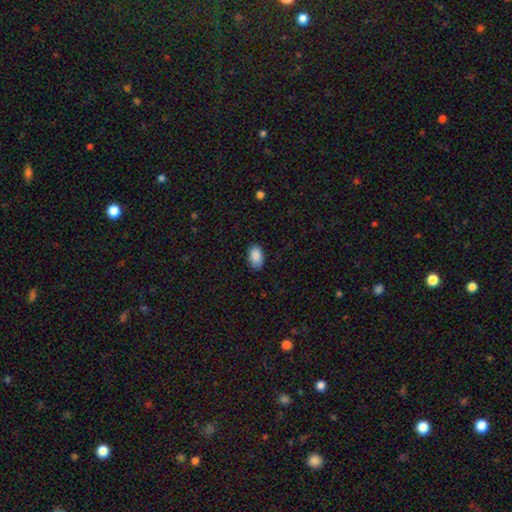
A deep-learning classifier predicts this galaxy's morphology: The model was most divided on "merging": none: 82%, minor disturbance: 15%, major disturbance: 3%, merger: 1%. More confident: how rounded — in between (91%); smooth or featured — smooth (89%).